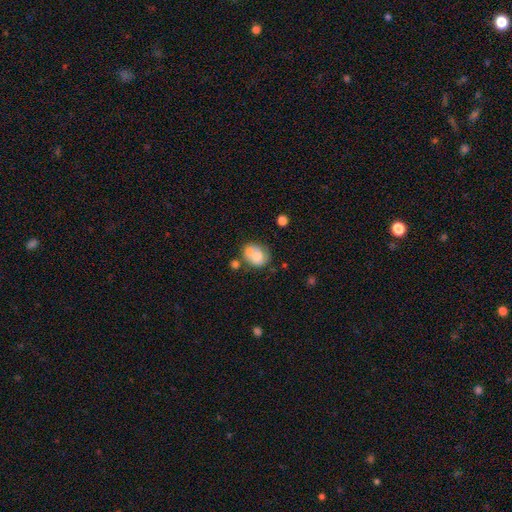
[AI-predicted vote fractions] smooth_or_featured: smooth (p=0.61) [alt: featured or disk p=0.30]
how_rounded: round (p=0.55) [alt: in between p=0.44]
merging: merger (p=0.37) [alt: none p=0.35]